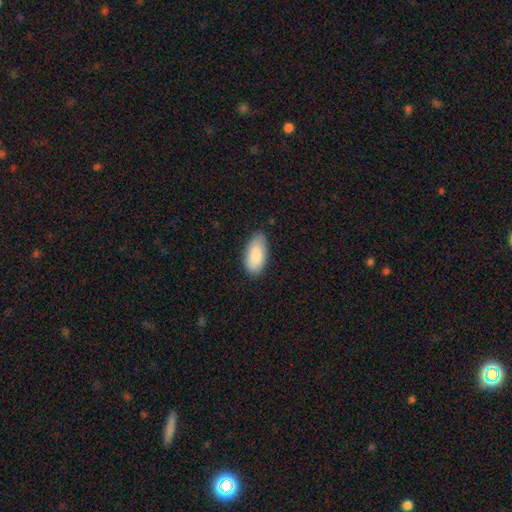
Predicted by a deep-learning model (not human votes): This appears to be a smooth galaxy with no disk features (87%) that is in between round and cigar-shaped (93%). Merging: none (77%).